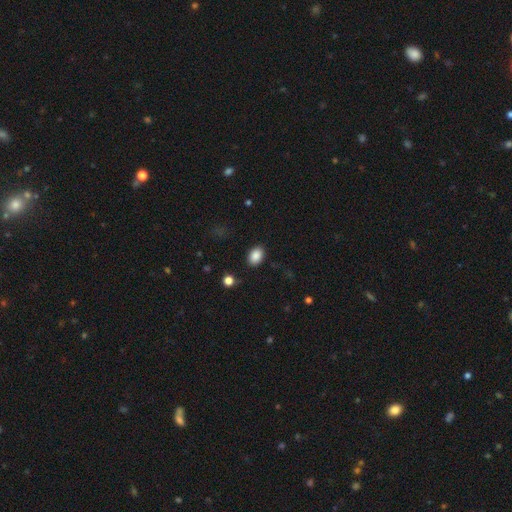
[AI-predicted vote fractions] Q: Smooth or featured?
A: smooth (88%); runner-up: star or artifact (8%)
Q: How rounded?
A: in between (79%); runner-up: round (20%)
Q: Merging?
A: none (86%); runner-up: minor disturbance (9%)